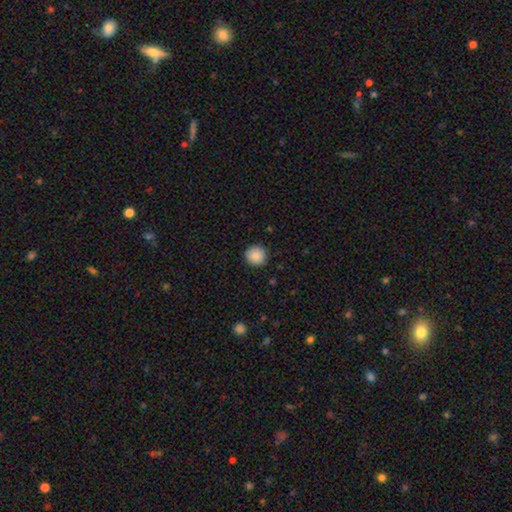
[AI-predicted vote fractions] smooth-or-featured: smooth: 89% | star or artifact: 8% | featured or disk: 3%
  how-rounded: round: 94% | in between: 6% | cigar-shaped: 1%
  merging: none: 91% | minor disturbance: 6% | major disturbance: 2% | merger: 1%